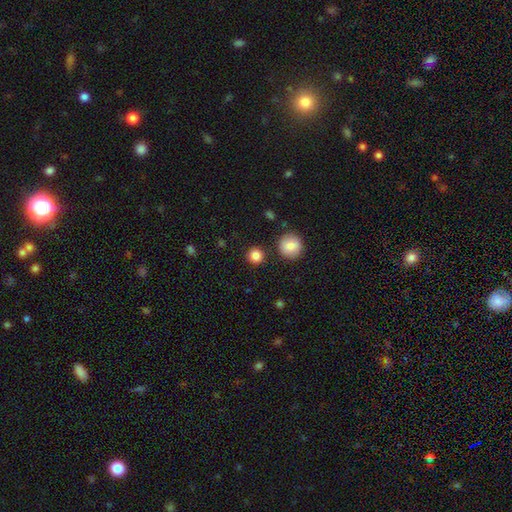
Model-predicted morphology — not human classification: smooth 84%, star or artifact 11%, featured or disk 5%. Down the decision tree: how rounded — round (94%); merging — none (87%).